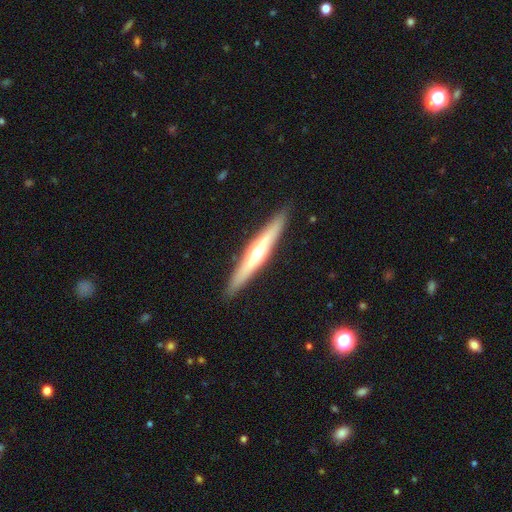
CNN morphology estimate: smooth-or-featured: featured or disk: 64% | smooth: 30% | star or artifact: 6%
  disk-edge-on: yes: 94% | no: 6%
    edge-on-bulge: rounded: 85% | none: 12% | boxy: 3%
  merging: none: 91% | minor disturbance: 7% | major disturbance: 1% | merger: 1%